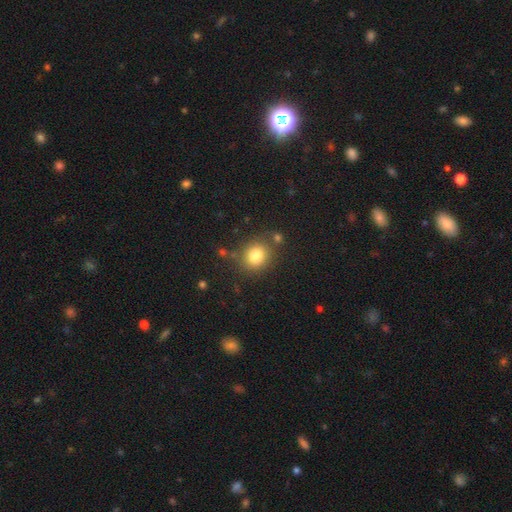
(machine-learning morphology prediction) smooth-or-featured: smooth: 81% | star or artifact: 11% | featured or disk: 8%
  how-rounded: round: 75% | in between: 25% | cigar-shaped: 1%
  merging: none: 79% | minor disturbance: 11% | merger: 6% | major disturbance: 4%